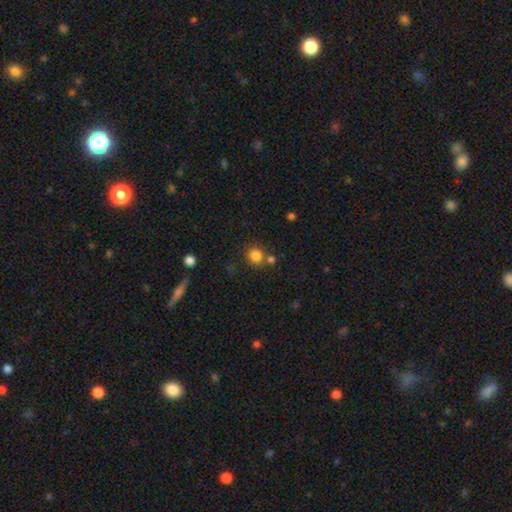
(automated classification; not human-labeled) Morphology: type=smooth (83%); roundness=round (89%); merging=none (72%).